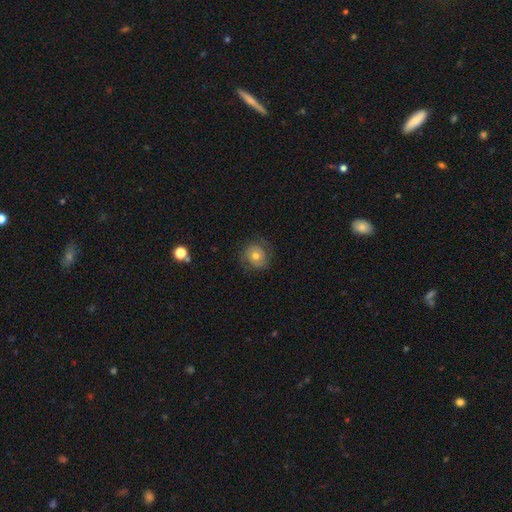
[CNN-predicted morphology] smooth 54%, featured or disk 37%, star or artifact 9%. Down the decision tree: how rounded — round (81%); merging — none (73%).